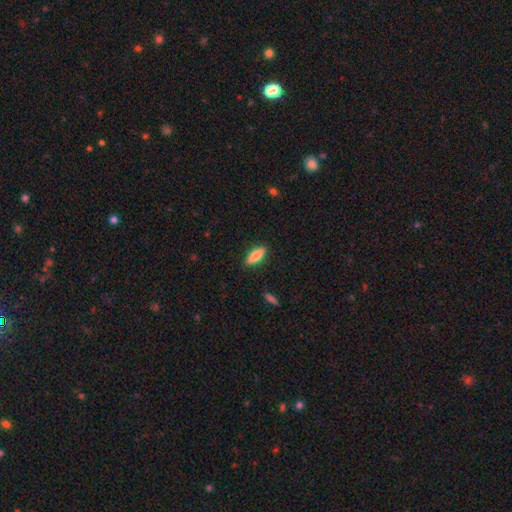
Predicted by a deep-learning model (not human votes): The model was most divided on "how rounded": in between: 61%, cigar-shaped: 37%, round: 2%. More confident: merging — none (87%); smooth or featured — smooth (80%).